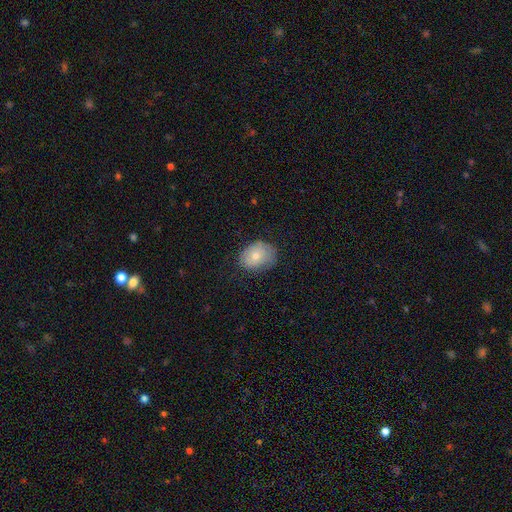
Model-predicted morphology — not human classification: Smooth or featured? smooth (71%)
How rounded? in between (61%)
Merging? none (69%)